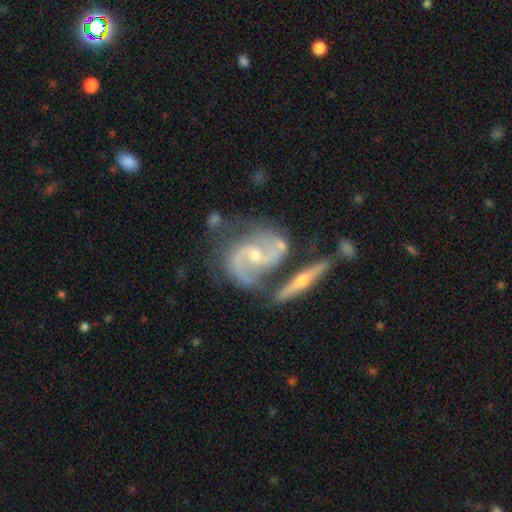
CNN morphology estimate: featured or disk 91%, star or artifact 5%, smooth 4%. Down the decision tree: edge-on disk — no (95%); bar — no (46%); spiral arms — yes (97%); spiral arm count — 2 (86%); spiral winding — medium (57%); bulge size — small (58%); merging — none (45%).